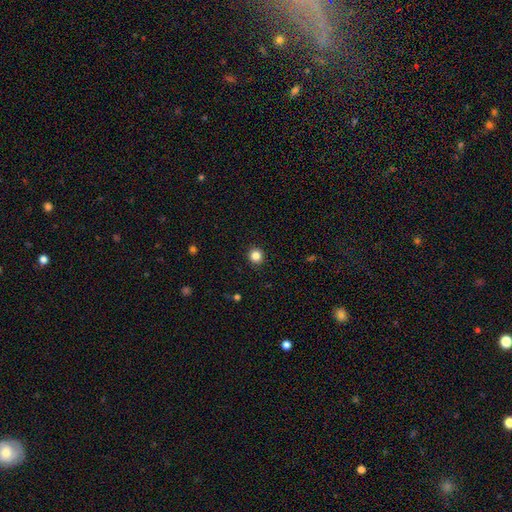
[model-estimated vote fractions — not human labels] The model was most divided on "smooth or featured": smooth: 84%, star or artifact: 11%, featured or disk: 4%. More confident: how rounded — round (93%); merging — none (93%).